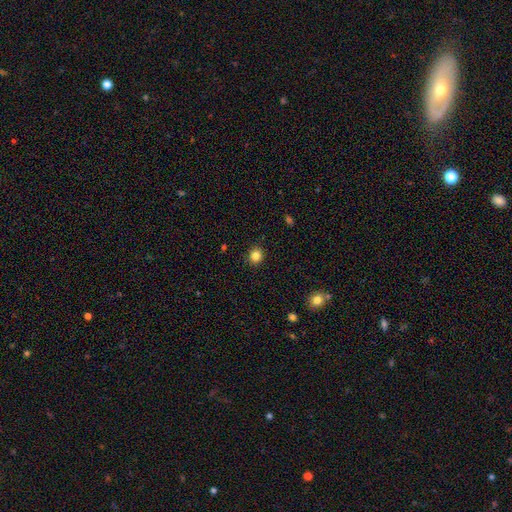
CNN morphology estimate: A smooth galaxy with no disk features (84%) that is round (87%).

Vote fractions:
- Smooth or featured? smooth: 84% / star or artifact: 12% / featured or disk: 5%
- How rounded? round: 87% / in between: 13% / cigar-shaped: 1%
- Merging? none: 91% / minor disturbance: 6% / major disturbance: 2% / merger: 1%